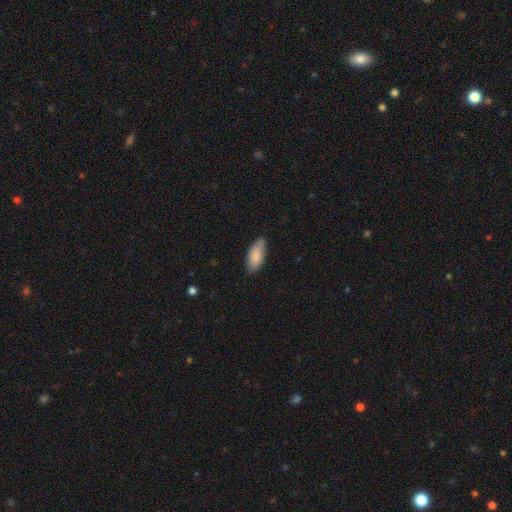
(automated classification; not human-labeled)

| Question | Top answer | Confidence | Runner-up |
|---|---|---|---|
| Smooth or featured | smooth | 86% | featured or disk (9%) |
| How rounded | in between | 83% | cigar-shaped (15%) |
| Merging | none | 76% | minor disturbance (20%) |